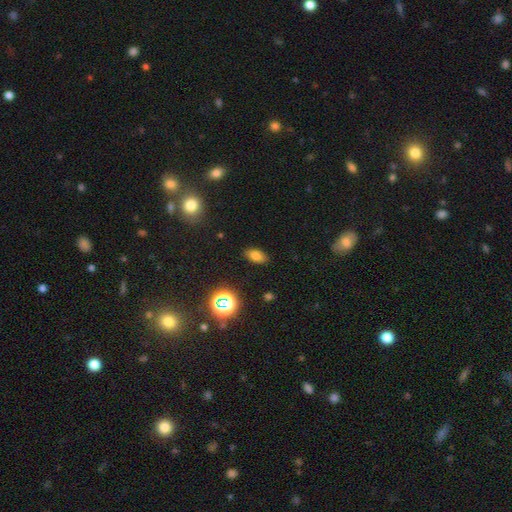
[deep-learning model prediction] Smooth or featured? smooth (74%)
How rounded? in between (88%)
Merging? none (87%)